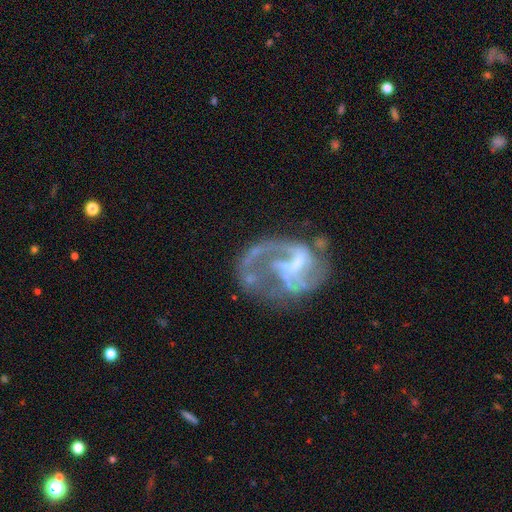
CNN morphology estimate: featured or disk 82%, star or artifact 9%, smooth 9%. Down the decision tree: edge-on disk — no (98%); bar — weak (47%); spiral arms — yes (79%); spiral arm count — 2 (38%); spiral winding — loose (44%); bulge size — small (43%); merging — major disturbance (40%).